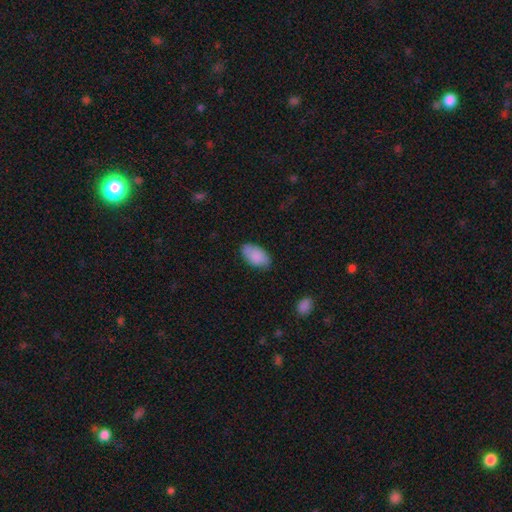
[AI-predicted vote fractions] This is clearly a smooth galaxy (86%). How rounded: clearly in between (94%). Merging: likely none (76%).